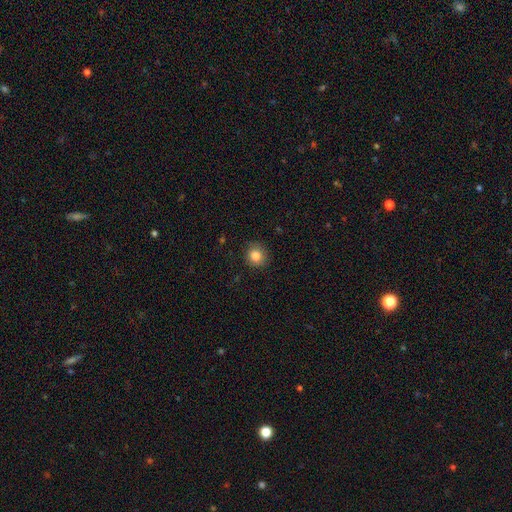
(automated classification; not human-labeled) Q: Smooth or featured?
A: smooth (84%); runner-up: star or artifact (10%)
Q: How rounded?
A: round (90%); runner-up: in between (9%)
Q: Merging?
A: none (89%); runner-up: minor disturbance (8%)